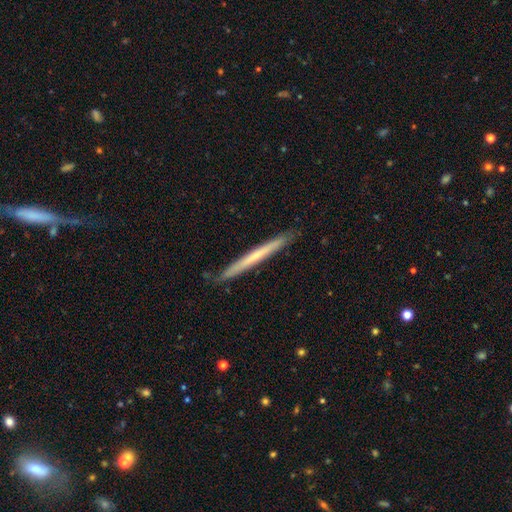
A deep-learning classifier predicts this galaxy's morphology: A featured or disk galaxy (49%).

Vote fractions:
- Smooth or featured? featured or disk: 49% / smooth: 45% / star or artifact: 6%
- Merging? none: 87% / minor disturbance: 10% / major disturbance: 1% / merger: 1%